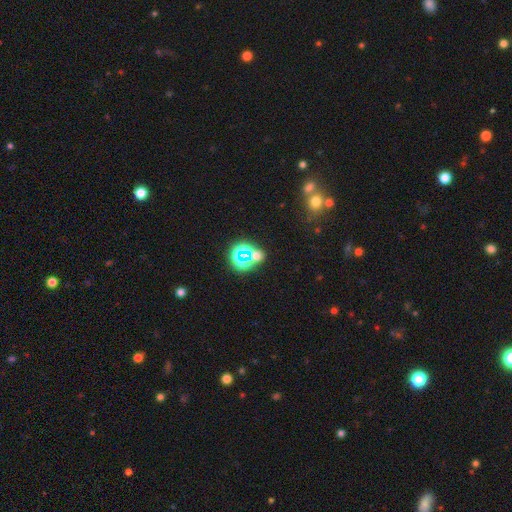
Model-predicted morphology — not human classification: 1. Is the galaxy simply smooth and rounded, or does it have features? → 58% star or artifact, 31% smooth, 11% featured or disk.